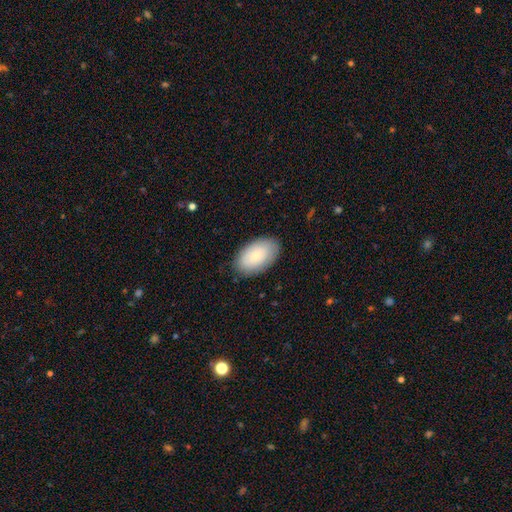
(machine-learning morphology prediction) Smooth or featured?
  - smooth: 76% *
  - featured or disk: 18%
  - star or artifact: 6%
How rounded?
  - in between: 94% *
  - round: 5%
  - cigar-shaped: 1%
Merging?
  - none: 85% *
  - minor disturbance: 12%
  - major disturbance: 3%
  - merger: 1%